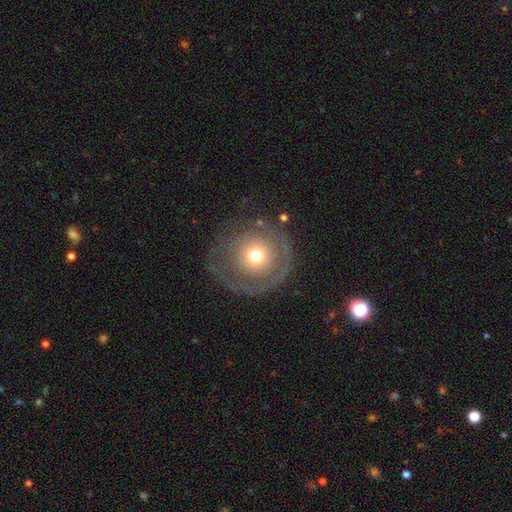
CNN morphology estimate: A featured or disk galaxy (50%). Merging: none (63%).